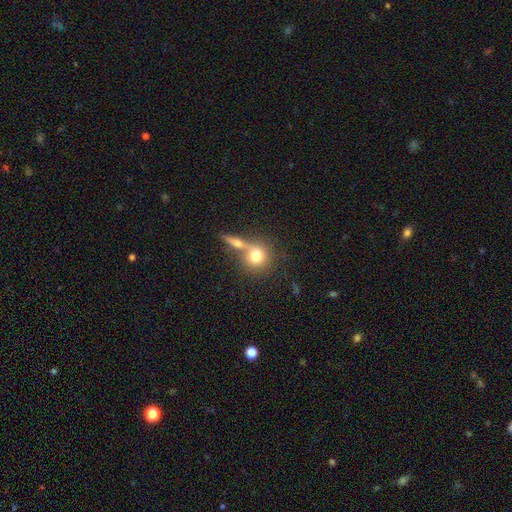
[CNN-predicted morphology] Q: Smooth or featured?
A: smooth (73%); runner-up: featured or disk (18%)
Q: How rounded?
A: round (86%); runner-up: in between (12%)
Q: Merging?
A: none (48%); runner-up: merger (39%)